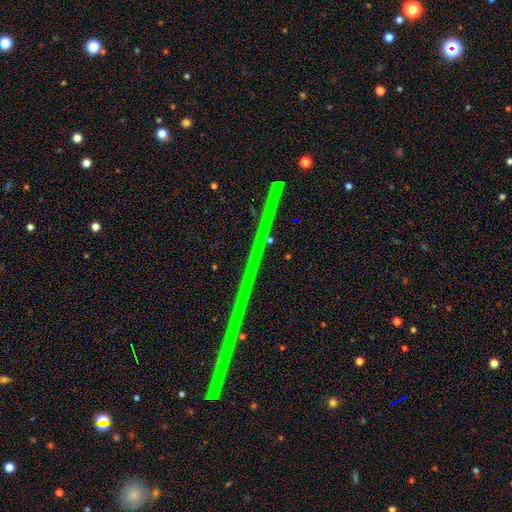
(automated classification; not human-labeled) Morphology: type=star or artifact (80%).